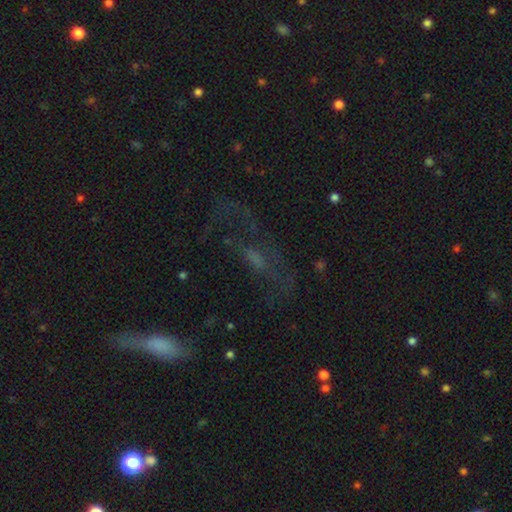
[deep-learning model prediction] A featured or disk galaxy (46%).

Vote fractions:
- Smooth or featured? featured or disk: 46% / star or artifact: 27% / smooth: 26%
- Merging? none: 53% / major disturbance: 24% / minor disturbance: 17% / merger: 6%